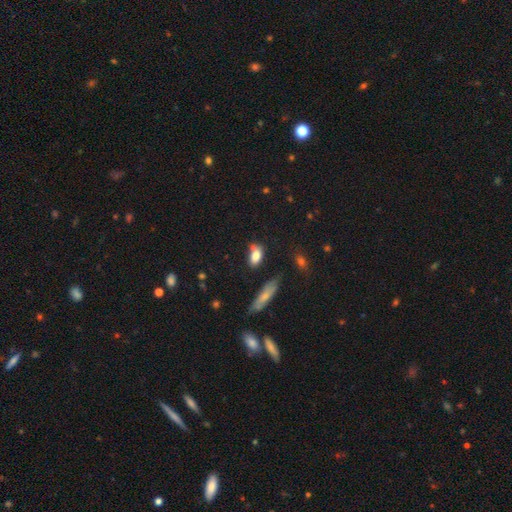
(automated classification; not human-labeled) Smooth or featured: smooth — 79% (featured or disk — 12%)
How rounded: in between — 83% (round — 10%)
Merging: none — 53% (minor disturbance — 27%)